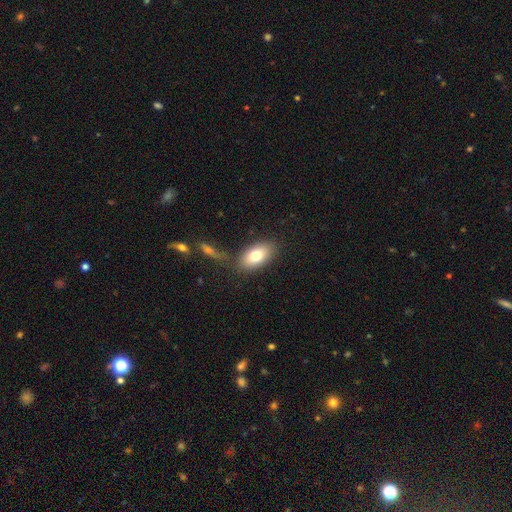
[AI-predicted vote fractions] Overall: smooth (77%). How rounded: in between (91%). Merging: none (77%).